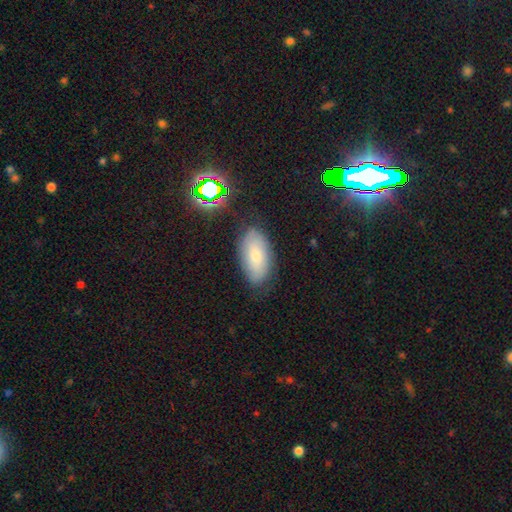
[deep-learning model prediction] Overall: smooth (72%). How rounded: in between (93%). Merging: none (79%).